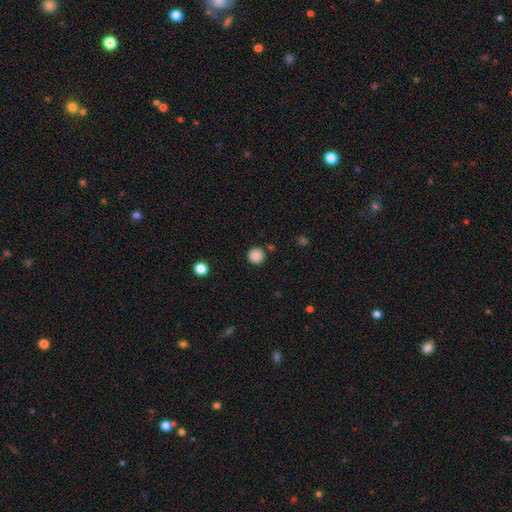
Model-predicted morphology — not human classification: Smooth or featured? smooth (86%)
How rounded? round (95%)
Merging? none (87%)